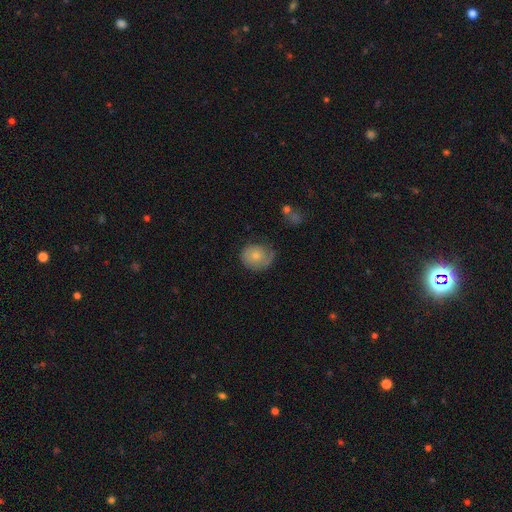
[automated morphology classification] smooth 67%, featured or disk 26%, star or artifact 7%. Down the decision tree: how rounded — round (77%); merging — none (59%).